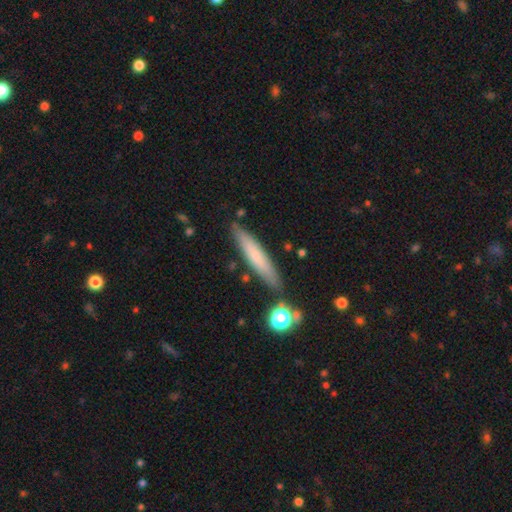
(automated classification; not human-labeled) smooth_or_featured: smooth (p=0.67) [alt: featured or disk p=0.26]
how_rounded: cigar-shaped (p=0.91) [alt: in between p=0.08]
merging: none (p=0.82) [alt: minor disturbance p=0.11]